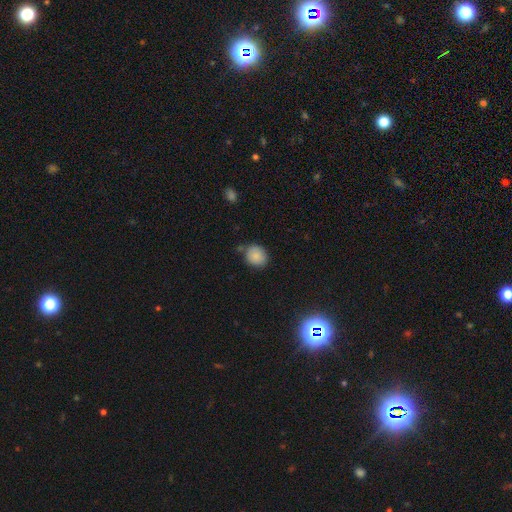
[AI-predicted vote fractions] Q: Smooth or featured?
A: smooth (86%); runner-up: star or artifact (9%)
Q: How rounded?
A: round (69%); runner-up: in between (30%)
Q: Merging?
A: none (71%); runner-up: minor disturbance (19%)